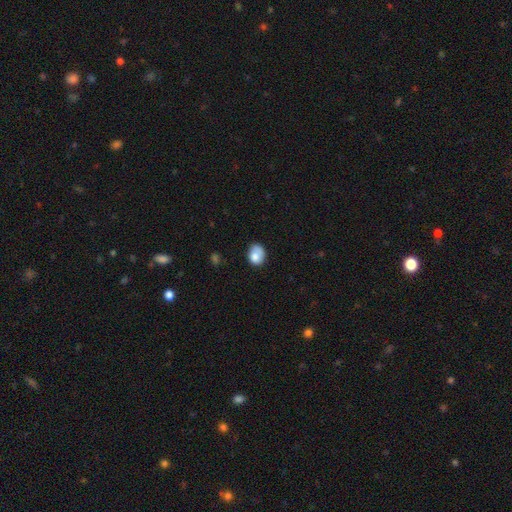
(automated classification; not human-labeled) smooth 77%, featured or disk 15%, star or artifact 8%. Down the decision tree: how rounded — in between (60%); merging — none (50%).